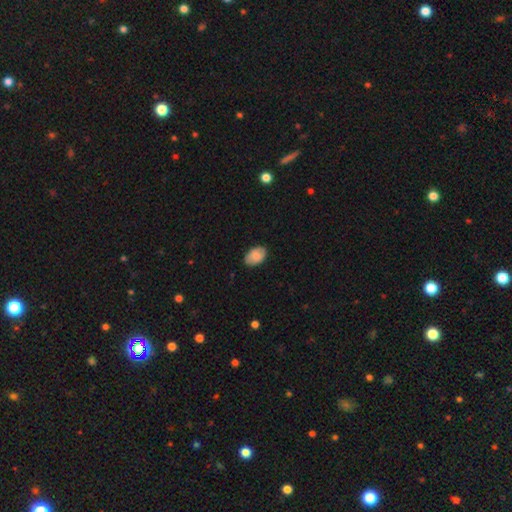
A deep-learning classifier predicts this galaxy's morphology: Smooth or featured? Predicted: smooth (p=0.80). How rounded? Predicted: in between (p=0.89). Merging? Predicted: none (p=0.82).